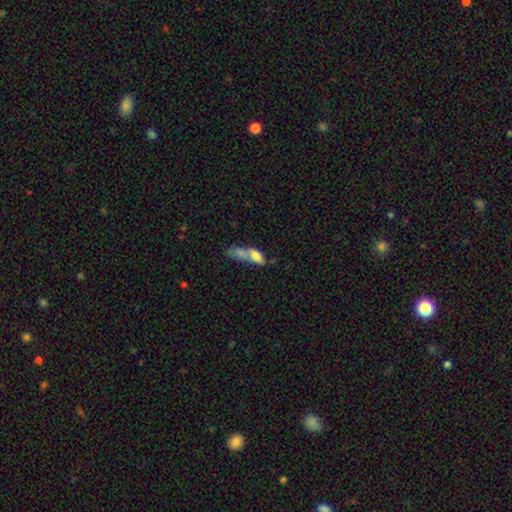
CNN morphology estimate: Smooth or featured? smooth (66%)
How rounded? in between (66%)
Merging? merger (55%)